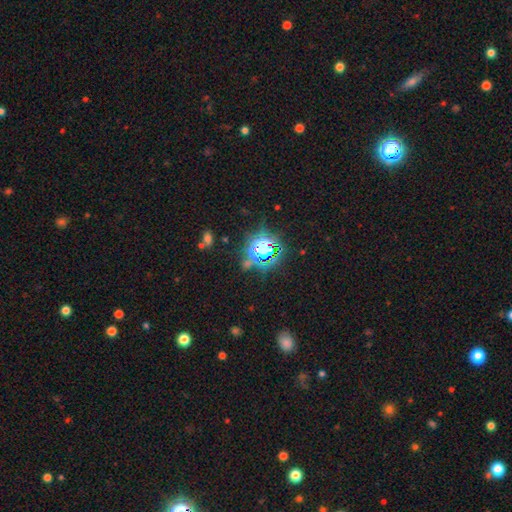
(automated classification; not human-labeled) Morphology: type=star or artifact (77%).